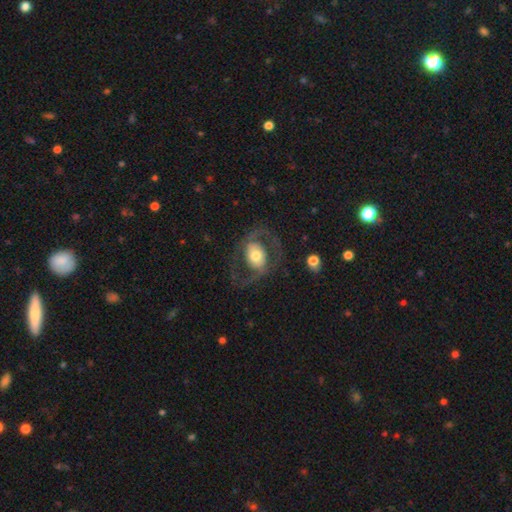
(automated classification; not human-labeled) Q: Smooth or featured?
A: featured or disk (72%); runner-up: smooth (23%)
Q: Edge-on disk?
A: no (96%); runner-up: yes (4%)
Q: Bar?
A: no (59%); runner-up: weak (28%)
Q: Spiral arms?
A: yes (69%); runner-up: no (31%)
Q: Bulge size?
A: moderate (60%); runner-up: large (28%)
Q: Merging?
A: none (67%); runner-up: major disturbance (17%)